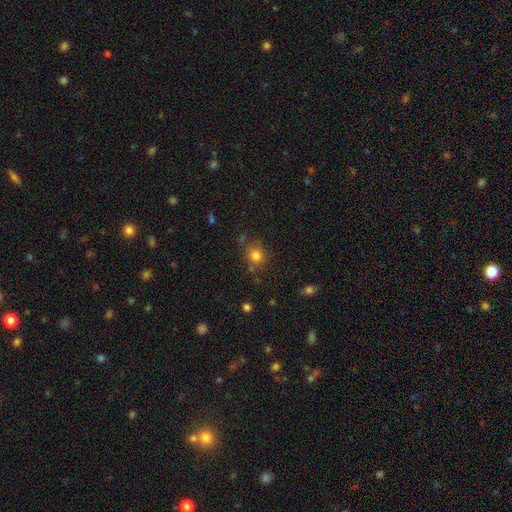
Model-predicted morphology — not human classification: Q: Smooth or featured?
A: smooth (80%); runner-up: star or artifact (13%)
Q: How rounded?
A: round (84%); runner-up: in between (15%)
Q: Merging?
A: none (75%); runner-up: minor disturbance (13%)